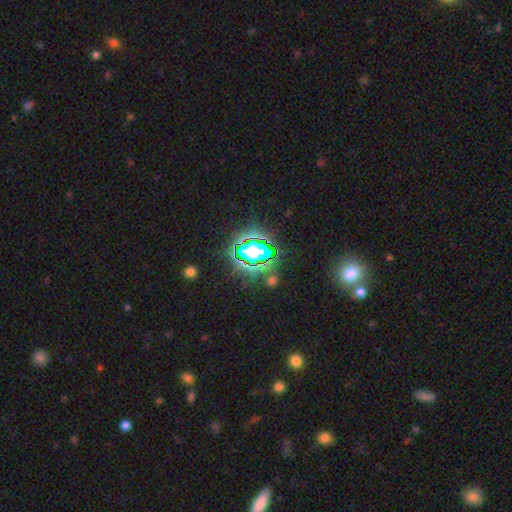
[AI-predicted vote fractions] A star or artifact, not a galaxy (71%).

Vote fractions:
- Smooth or featured? star or artifact: 71% / smooth: 18% / featured or disk: 11%